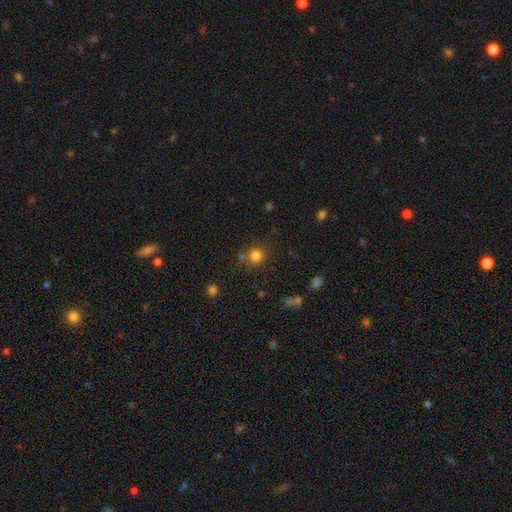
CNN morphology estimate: A smooth galaxy with no disk features (79%) that is round (89%). Merging: none (72%).